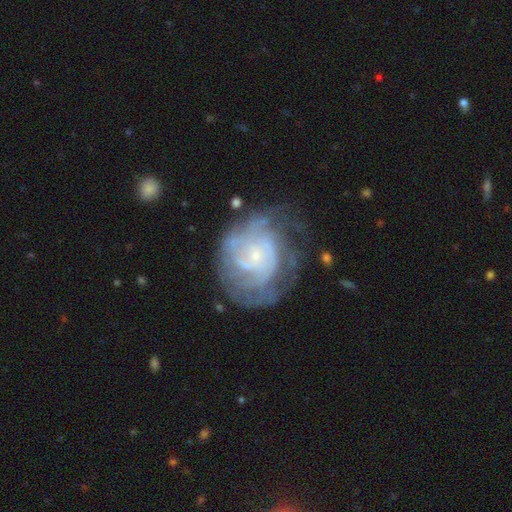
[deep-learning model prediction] smooth_or_featured: featured or disk (p=0.78) [alt: smooth p=0.14]
disk_edge_on: no (p=0.98) [alt: yes p=0.02]
bar: no (p=0.75) [alt: weak p=0.22]
has_spiral_arms: yes (p=0.87) [alt: no p=0.13]
spiral_winding: tight (p=0.63) [alt: medium p=0.27]
spiral_arm_count: can't tell (p=0.46) [alt: 4 p=0.14]
bulge_size: small (p=0.83) [alt: moderate p=0.10]
merging: none (p=0.58) [alt: minor disturbance p=0.21]